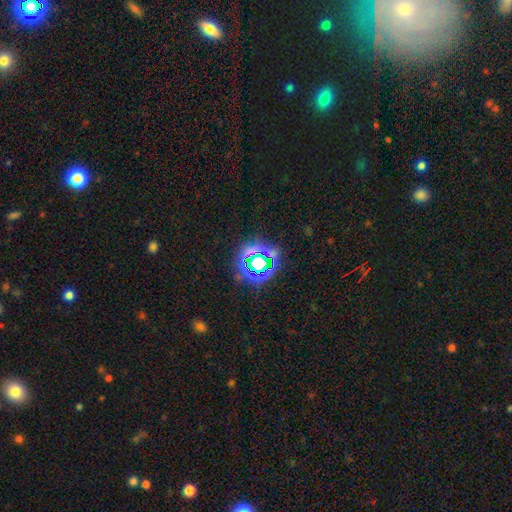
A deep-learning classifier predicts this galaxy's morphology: Smooth or featured? Predicted: star or artifact (p=0.69).